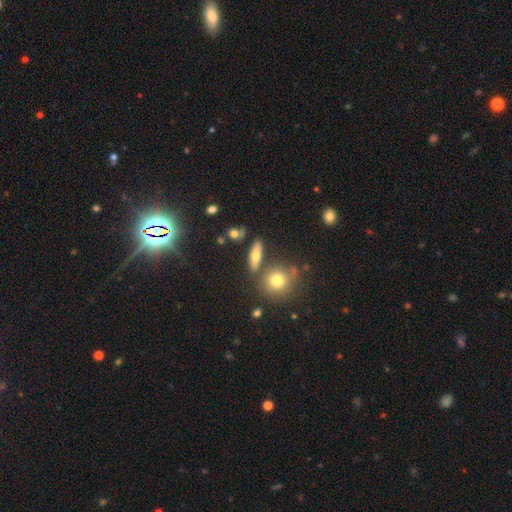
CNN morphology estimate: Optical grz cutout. It shows a smooth galaxy with no disk features (62%) that is cigar-shaped (47%). Merging: none (77%).